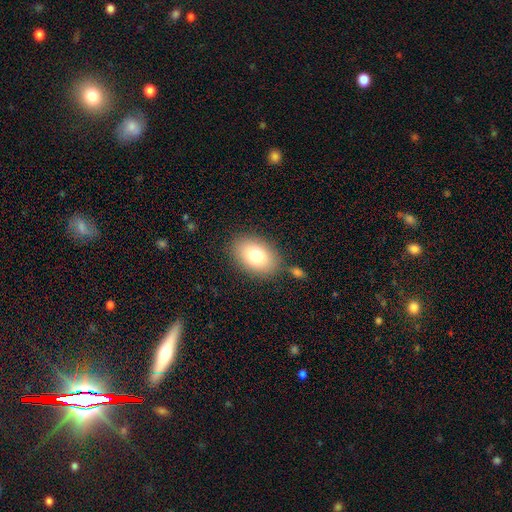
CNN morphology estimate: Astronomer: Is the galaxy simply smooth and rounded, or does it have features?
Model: smooth — 78%.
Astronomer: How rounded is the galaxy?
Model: in between — 83%.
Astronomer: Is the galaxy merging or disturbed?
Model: none — 79%.